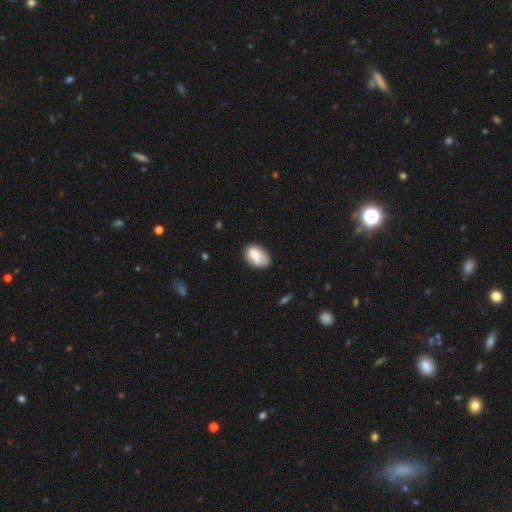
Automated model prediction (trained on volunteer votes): Smooth or featured?
  - smooth: 76% *
  - featured or disk: 17%
  - star or artifact: 7%
How rounded?
  - in between: 90% *
  - round: 8%
  - cigar-shaped: 2%
Merging?
  - none: 63% *
  - minor disturbance: 28%
  - major disturbance: 6%
  - merger: 3%